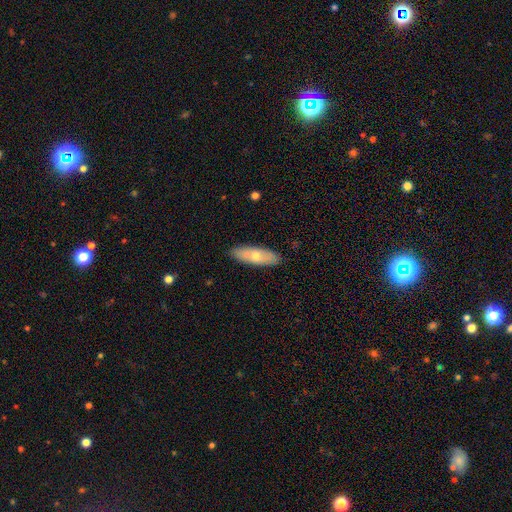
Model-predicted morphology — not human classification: Smooth or featured: smooth — 57% (featured or disk — 37%)
How rounded: in between — 60% (cigar-shaped — 38%)
Merging: none — 83% (minor disturbance — 11%)